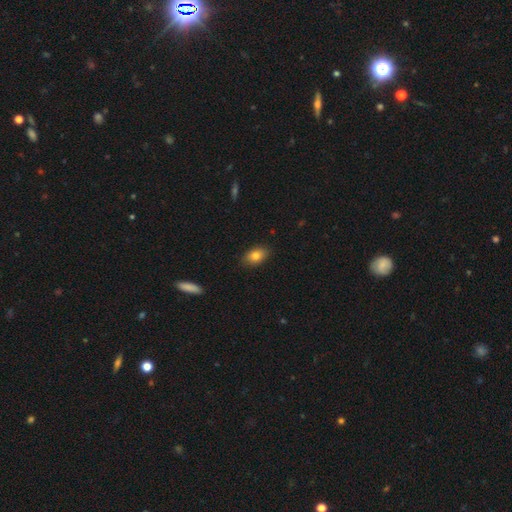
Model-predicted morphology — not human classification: This is clearly a smooth galaxy (81%). How rounded: clearly in between (86%). Merging: clearly none (87%).